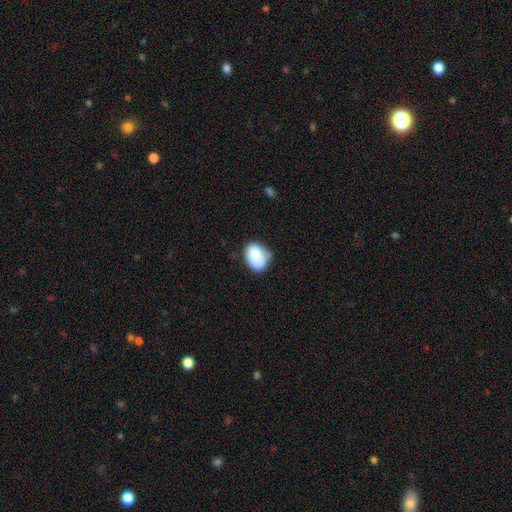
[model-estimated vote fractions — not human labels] Overall: smooth (82%). How rounded: in between (76%). Merging: none (55%; minor disturbance 30%).